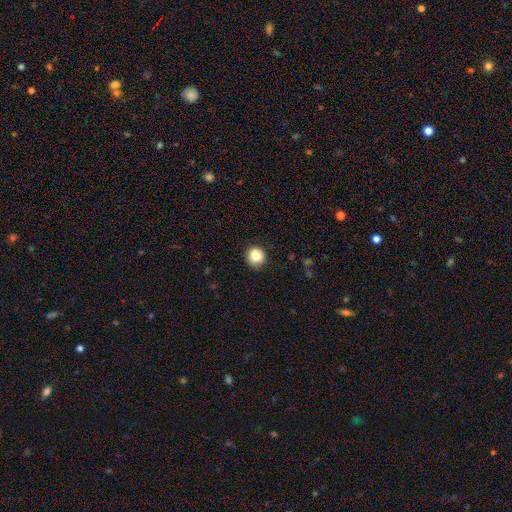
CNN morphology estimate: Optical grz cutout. It shows a smooth galaxy with no disk features (86%) that is round (87%). Merging: none (86%).